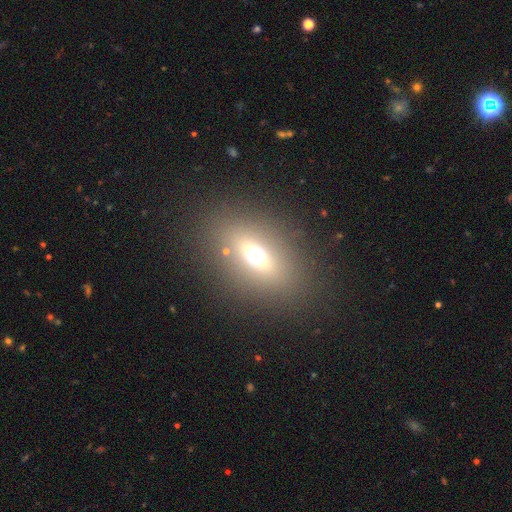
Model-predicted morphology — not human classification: smooth-or-featured: smooth: 58% | star or artifact: 21% | featured or disk: 21%
  how-rounded: in between: 71% | round: 23% | cigar-shaped: 6%
  merging: none: 83% | minor disturbance: 8% | major disturbance: 6% | merger: 3%